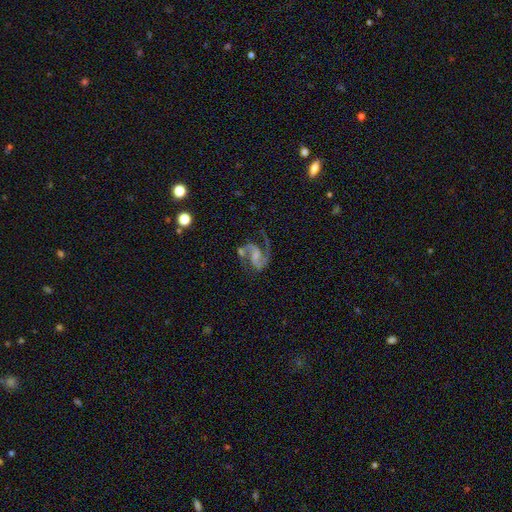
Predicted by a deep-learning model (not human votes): This appears to be a featured or disk galaxy (91%) with a weak bar (43%), 2 (92%) medium (60%) spiral arms (98%) and no central bulge (38%). Merging: none (59%).